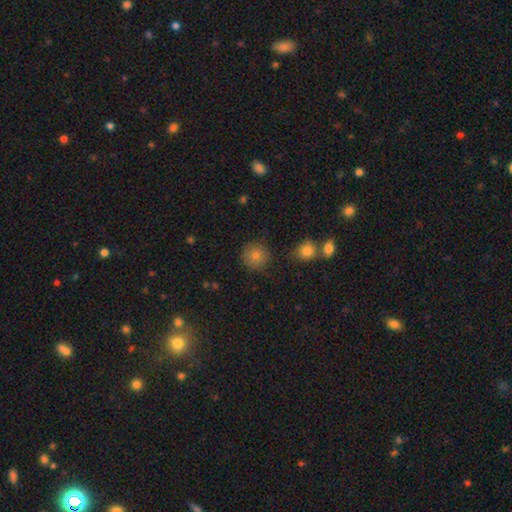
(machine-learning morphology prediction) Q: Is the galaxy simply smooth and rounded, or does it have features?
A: smooth — 79%.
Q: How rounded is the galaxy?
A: round — 93%.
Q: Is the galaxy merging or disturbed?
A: none — 86%.